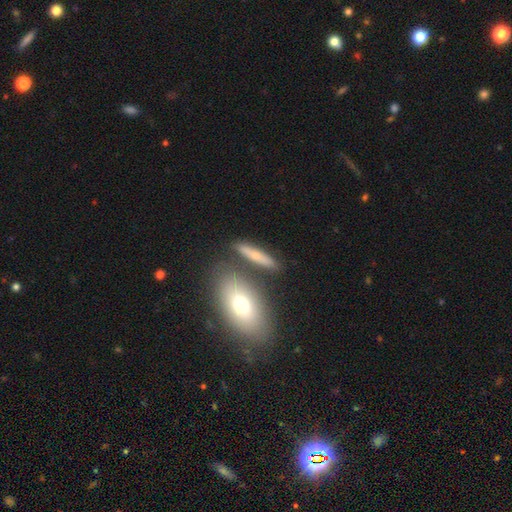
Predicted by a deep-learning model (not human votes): Smooth or featured?
  - smooth: 56% *
  - featured or disk: 37%
  - star or artifact: 7%
How rounded?
  - cigar-shaped: 66% *
  - in between: 28%
  - round: 6%
Merging?
  - none: 73% *
  - minor disturbance: 12%
  - merger: 10%
  - major disturbance: 4%